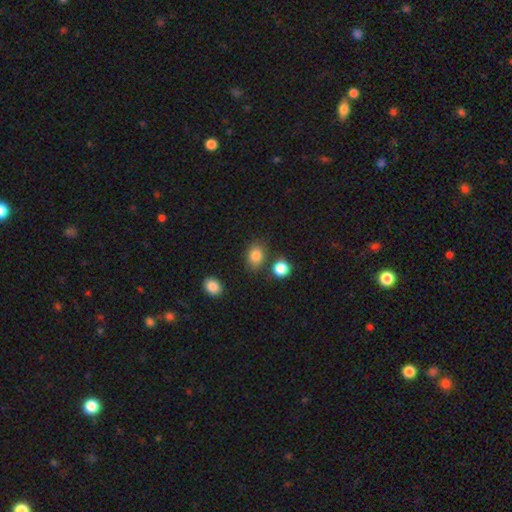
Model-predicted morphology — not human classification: Smooth or featured: smooth — 84% (star or artifact — 10%)
How rounded: in between — 62% (round — 36%)
Merging: none — 75% (minor disturbance — 13%)